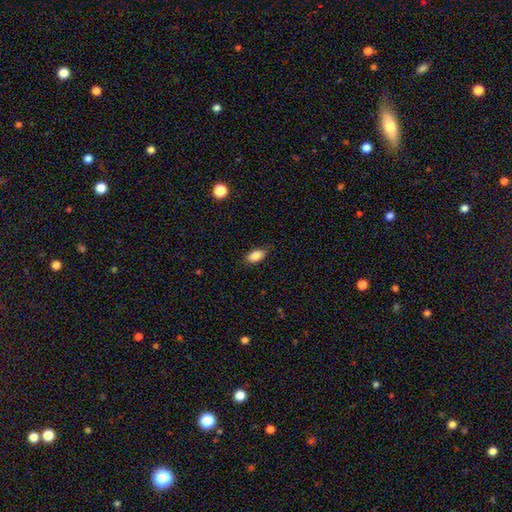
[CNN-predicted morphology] Smooth or featured: smooth — 86% (star or artifact — 8%)
How rounded: in between — 91% (round — 5%)
Merging: none — 81% (minor disturbance — 15%)